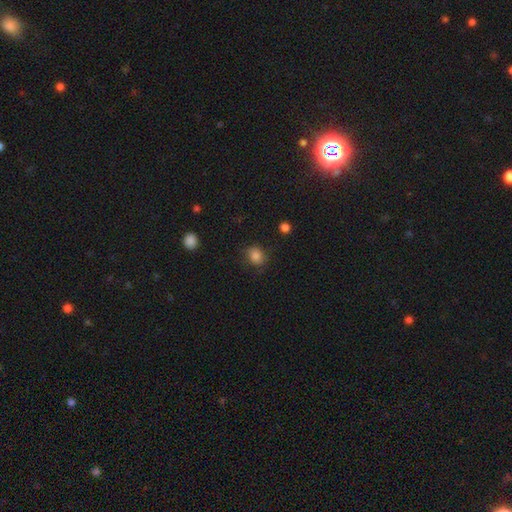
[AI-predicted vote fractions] smooth 83%, star or artifact 11%, featured or disk 6%. Down the decision tree: how rounded — round (63%); merging — none (76%).